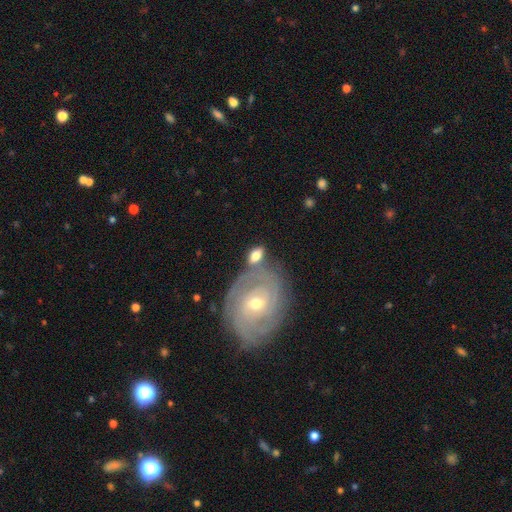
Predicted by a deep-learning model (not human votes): Morphology: type=smooth (55%); roundness=in between (83%); merging=none (52%).